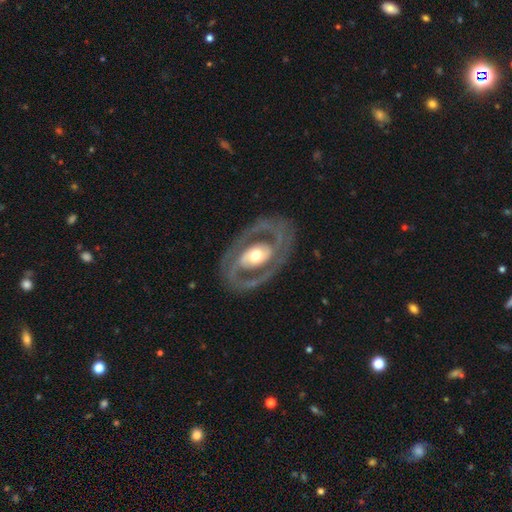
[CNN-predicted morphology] A featured or disk galaxy (85%) with no bar (45%), 2 (85%) medium (43%) spiral arms (78%) and a moderate central bulge (67%).

Vote fractions:
- Smooth or featured? featured or disk: 85% / smooth: 11% / star or artifact: 4%
- Edge-on disk? no: 95% / yes: 5%
- Bar? no: 45% / weak: 30% / strong: 26%
- Spiral arms? yes: 78% / no: 22%
- Spiral winding? medium: 43% / tight: 42% / loose: 15%
- Spiral arm count? 2: 85% / can't tell: 7% / 1: 4% / 3: 2% / 4: 1% / more than 4: 1%
- Bulge size? moderate: 67% / large: 19% / small: 11% / dominant: 2% / none: 1%
- Merging? none: 80% / minor disturbance: 12% / major disturbance: 7% / merger: 1%